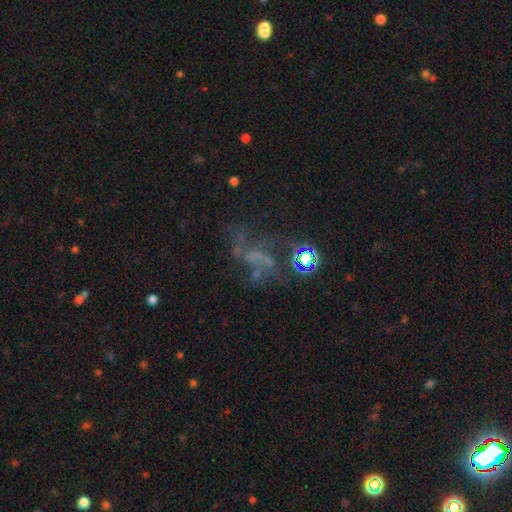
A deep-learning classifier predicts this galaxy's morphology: Smooth or featured? featured or disk (46%)
Merging? none (40%)